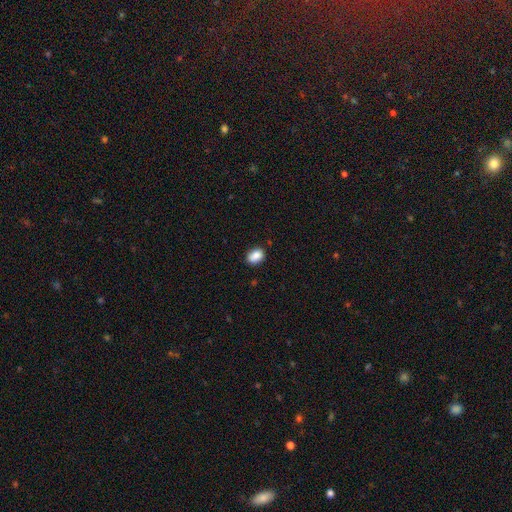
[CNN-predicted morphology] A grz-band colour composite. It shows a smooth galaxy with no disk features (87%) that is in between round and cigar-shaped (79%). Merging: none (83%).